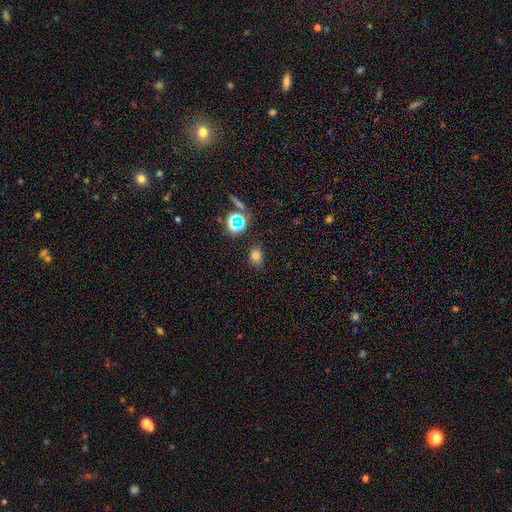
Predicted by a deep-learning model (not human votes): This is likely a smooth galaxy (71%). How rounded: possibly in between (58%). Merging: clearly none (81%).